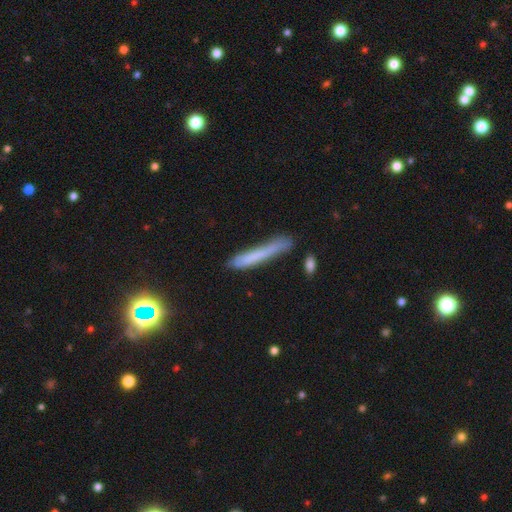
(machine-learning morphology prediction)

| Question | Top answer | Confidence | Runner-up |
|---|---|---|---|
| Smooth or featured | smooth | 65% | featured or disk (26%) |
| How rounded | cigar-shaped | 95% | in between (3%) |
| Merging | none | 67% | minor disturbance (22%) |